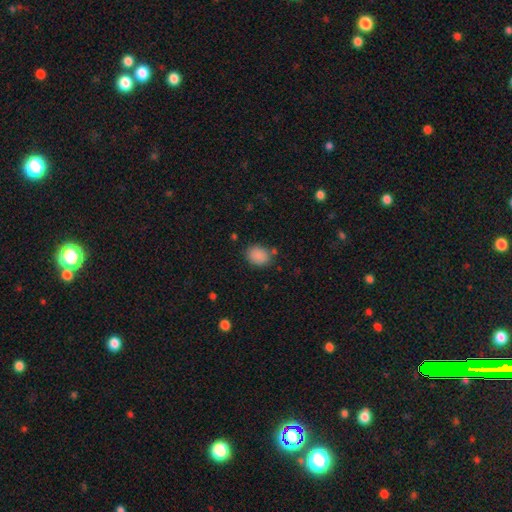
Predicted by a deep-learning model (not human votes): The model was most divided on "how rounded": in between: 59%, round: 40%, cigar-shaped: 1%. More confident: smooth or featured — smooth (86%); merging — none (80%).